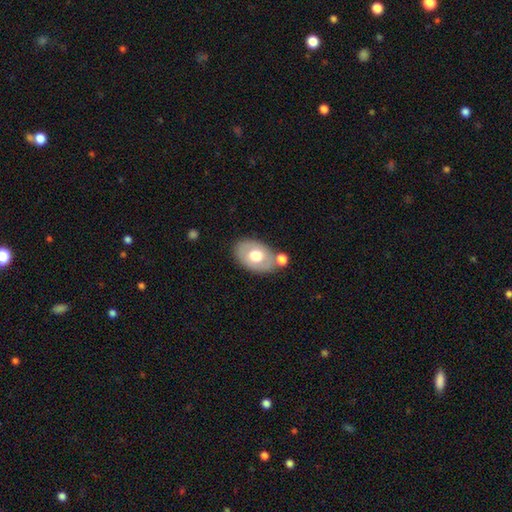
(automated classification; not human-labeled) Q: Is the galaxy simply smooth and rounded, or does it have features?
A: smooth — 59%.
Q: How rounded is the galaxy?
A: in between — 84%.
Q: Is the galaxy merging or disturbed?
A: none — 69%.